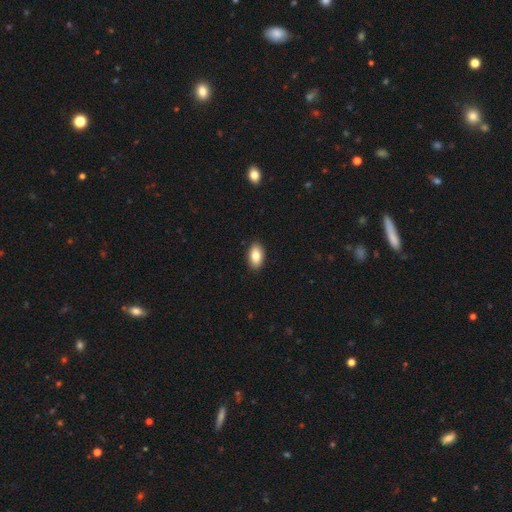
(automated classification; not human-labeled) smooth 84%, featured or disk 9%, star or artifact 7%. Down the decision tree: how rounded — in between (93%); merging — none (90%).